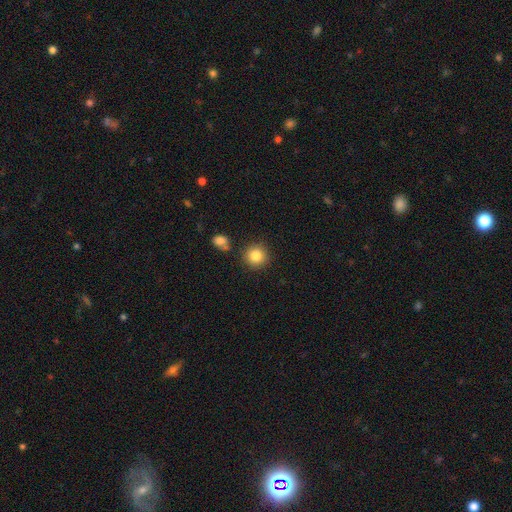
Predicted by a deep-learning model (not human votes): smooth_or_featured: smooth (p=0.85) [alt: star or artifact p=0.10]
how_rounded: round (p=0.93) [alt: in between p=0.06]
merging: none (p=0.85) [alt: minor disturbance p=0.08]